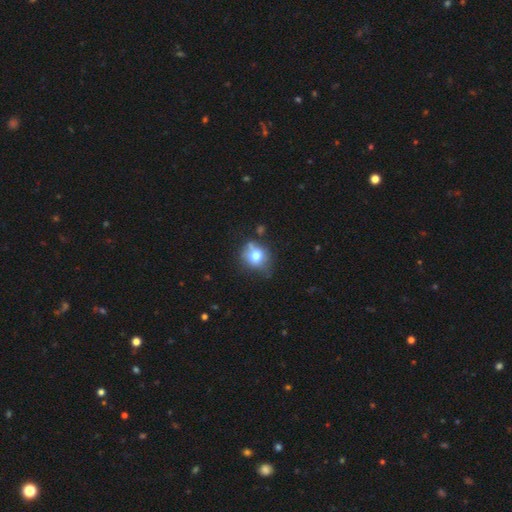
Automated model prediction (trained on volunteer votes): Smooth or featured? smooth (69%)
How rounded? round (69%)
Merging? none (51%)